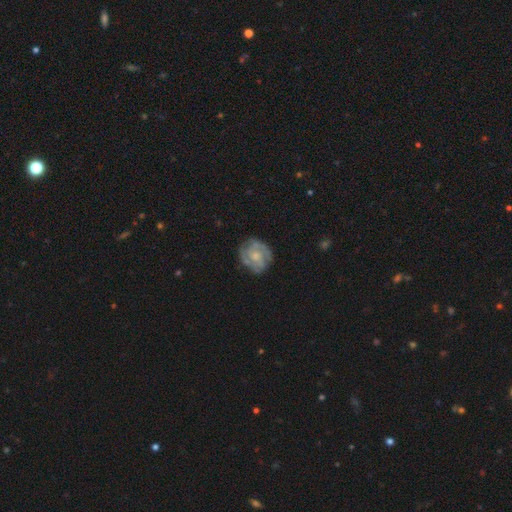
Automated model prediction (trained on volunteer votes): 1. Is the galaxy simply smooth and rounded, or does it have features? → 70% featured or disk, 24% smooth, 6% star or artifact.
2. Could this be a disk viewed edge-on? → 98% no, 2% yes.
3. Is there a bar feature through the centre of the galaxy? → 74% no, 23% weak, 3% strong.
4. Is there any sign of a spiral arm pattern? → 80% yes, 20% no.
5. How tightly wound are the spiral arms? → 57% tight, 33% medium, 10% loose.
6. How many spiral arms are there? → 35% can't tell (tied), 35% 2 (tied), 18% 3, 5% 4, 4% 1, 4% more than 4.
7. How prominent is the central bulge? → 45% moderate, 38% small, 11% none, 5% large, 1% dominant.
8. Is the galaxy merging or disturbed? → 74% none, 18% minor disturbance, 6% major disturbance, 1% merger.